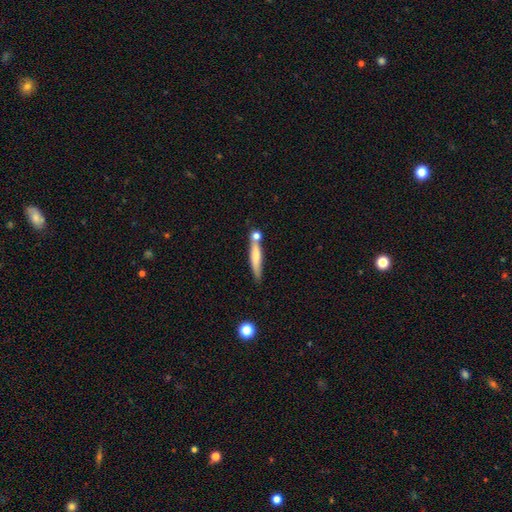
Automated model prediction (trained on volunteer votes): Smooth or featured?
  - smooth: 63% *
  - featured or disk: 31%
  - star or artifact: 7%
How rounded?
  - cigar-shaped: 89% *
  - in between: 9%
  - round: 2%
Merging?
  - none: 61% *
  - merger: 20%
  - minor disturbance: 14%
  - major disturbance: 4%